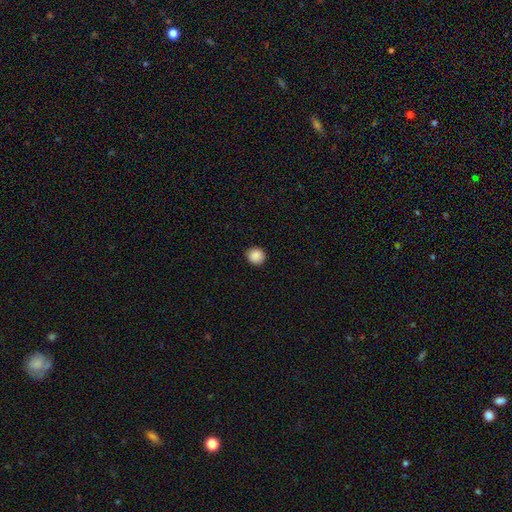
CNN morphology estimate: Smooth or featured: smooth — 89% (star or artifact — 9%)
How rounded: round — 91% (in between — 8%)
Merging: none — 91% (minor disturbance — 6%)